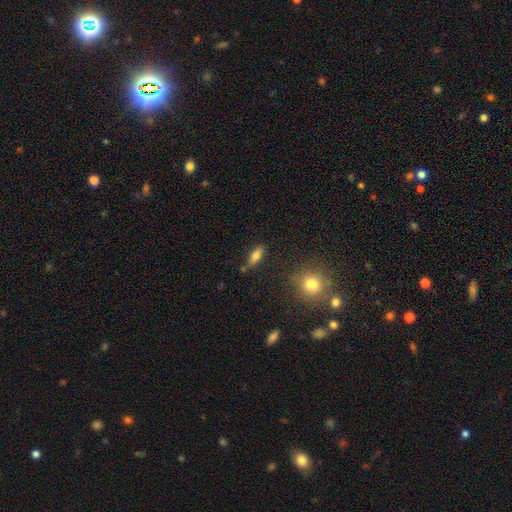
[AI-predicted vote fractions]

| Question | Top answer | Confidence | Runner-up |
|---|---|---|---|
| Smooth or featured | smooth | 71% | featured or disk (20%) |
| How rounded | in between | 64% | cigar-shaped (32%) |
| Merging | none | 77% | minor disturbance (14%) |